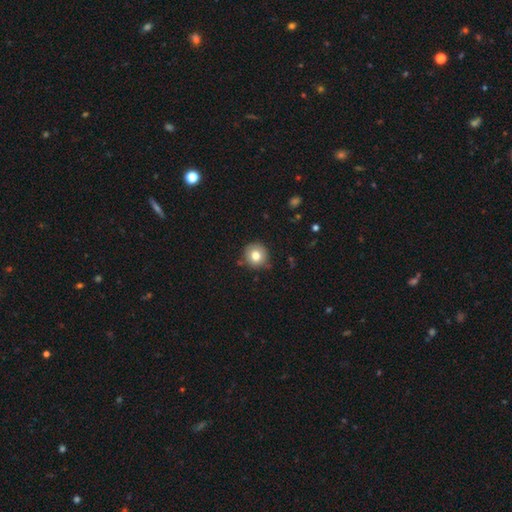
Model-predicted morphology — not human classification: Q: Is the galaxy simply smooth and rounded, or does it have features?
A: smooth — 78%.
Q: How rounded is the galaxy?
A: round — 93%.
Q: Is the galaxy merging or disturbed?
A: none — 84%.